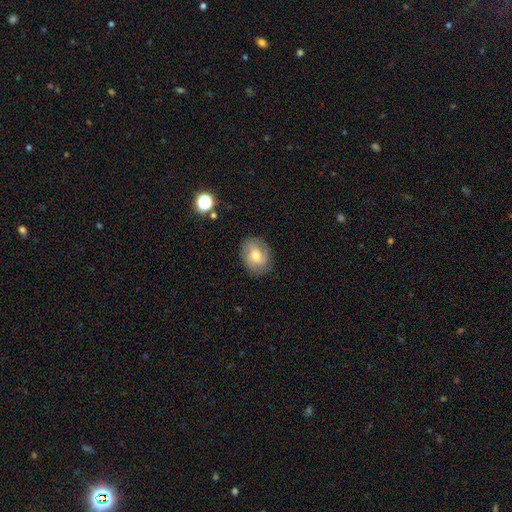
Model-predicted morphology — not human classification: Smooth or featured? smooth (56%)
How rounded? in between (55%)
Merging? none (81%)